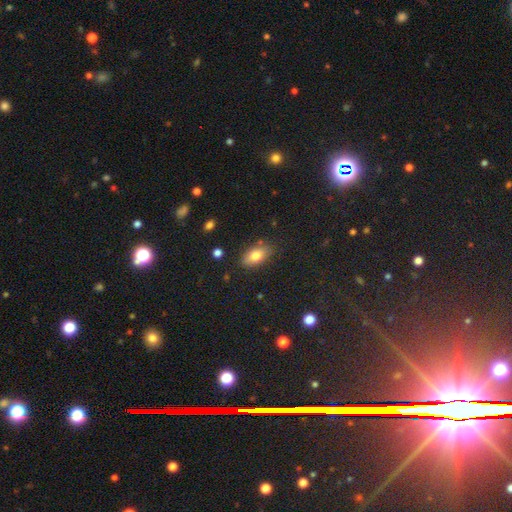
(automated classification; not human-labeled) Overall: smooth (75%). How rounded: in between (88%). Merging: none (82%).